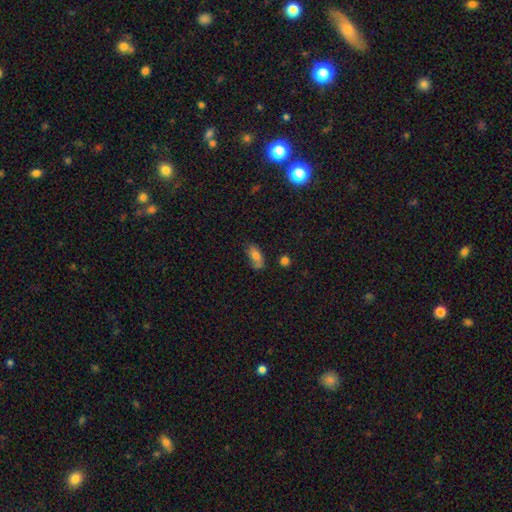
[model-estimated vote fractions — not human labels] smooth_or_featured: smooth (p=0.73) [alt: featured or disk p=0.17]
how_rounded: in between (p=0.87) [alt: cigar-shaped p=0.08]
merging: none (p=0.50) [alt: minor disturbance p=0.29]